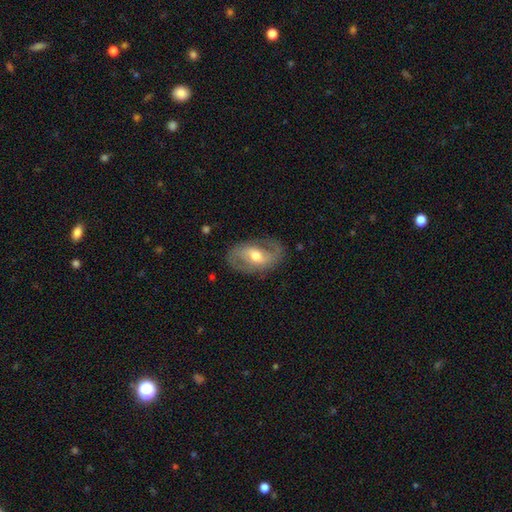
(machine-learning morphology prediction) This is likely a featured or disk galaxy (77%). It is clearly not viewed edge-on (95%). Bar: marginally weak (44%). Spiral arm pattern: clearly yes (82%). Spiral arm count: clearly 2 (85%). Spiral winding: possibly medium (47%). Central bulge: likely moderate (71%). Merging: likely none (79%).